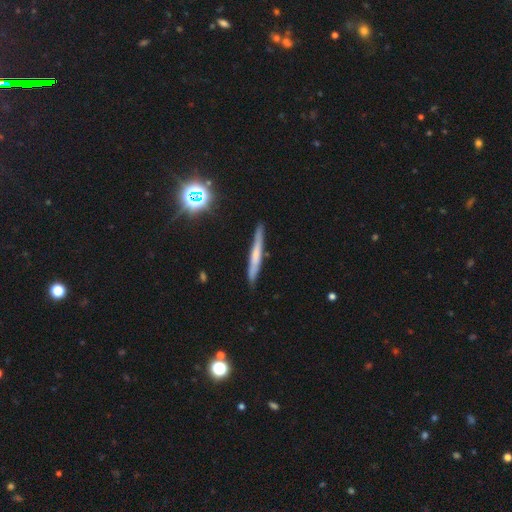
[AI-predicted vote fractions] Morphology: type=smooth (47%); merging=none (88%).